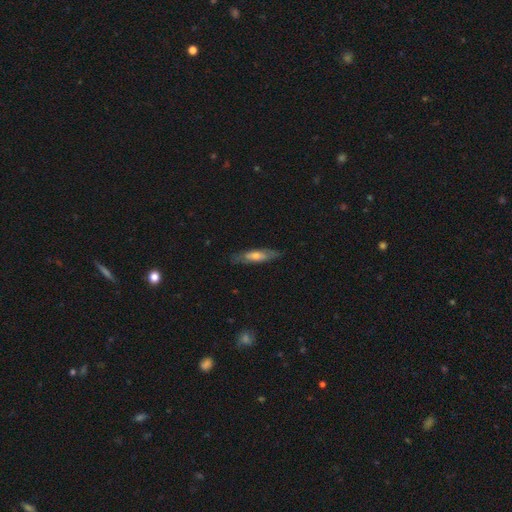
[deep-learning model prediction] Overall: featured or disk (47%, tied with smooth). Merging: none (79%).